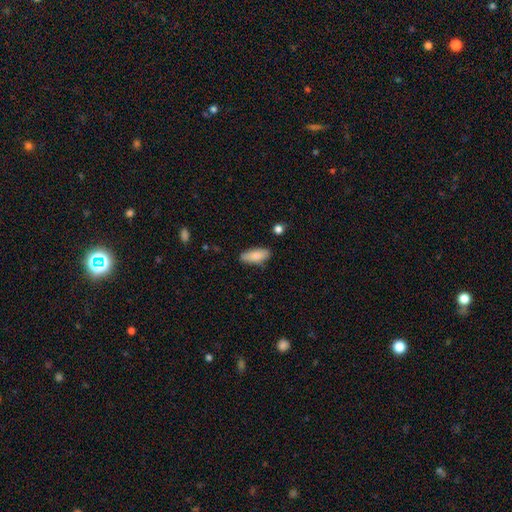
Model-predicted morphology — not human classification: Smooth or featured?
  - smooth: 82% *
  - featured or disk: 11%
  - star or artifact: 6%
How rounded?
  - in between: 82% *
  - cigar-shaped: 16%
  - round: 2%
Merging?
  - none: 81% *
  - minor disturbance: 14%
  - major disturbance: 2%
  - merger: 2%